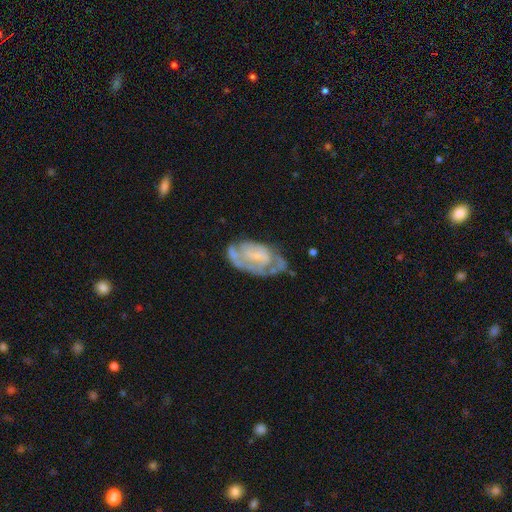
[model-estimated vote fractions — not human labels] This appears to be a featured or disk galaxy (70%) with no bar (64%), spiral arms (64%) and no central bulge (45%). Merging: none (46%).